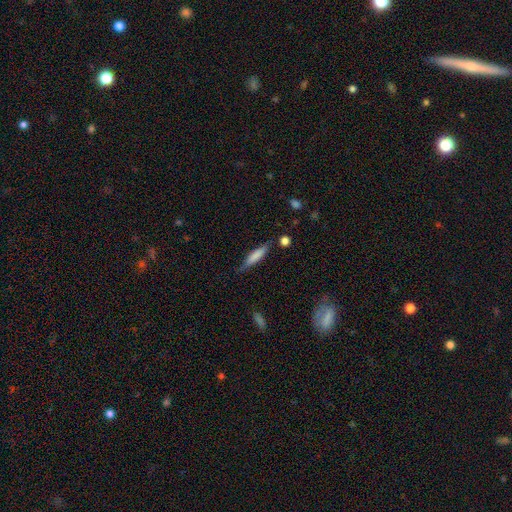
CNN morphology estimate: A smooth galaxy with no disk features (70%) that is cigar-shaped (82%). Merging: none (72%).